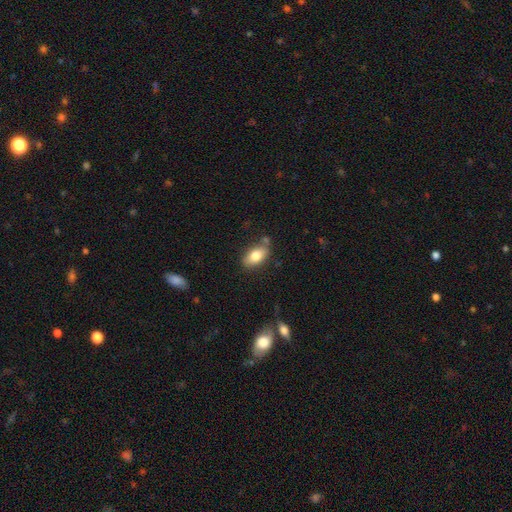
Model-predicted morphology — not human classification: Q: Smooth or featured?
A: smooth (80%); runner-up: featured or disk (13%)
Q: How rounded?
A: in between (91%); runner-up: round (5%)
Q: Merging?
A: none (70%); runner-up: minor disturbance (18%)